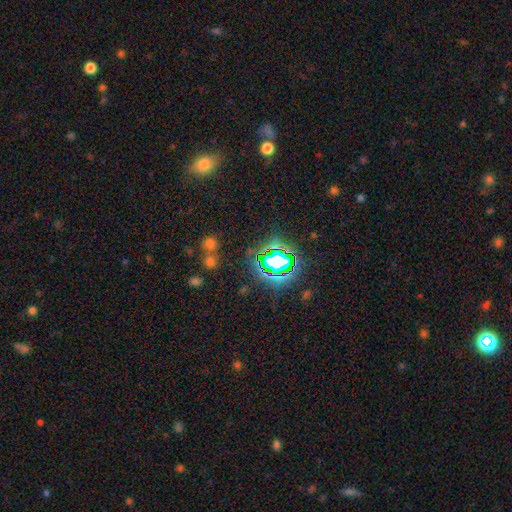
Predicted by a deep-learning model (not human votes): Q: Smooth or featured?
A: star or artifact (64%); runner-up: smooth (28%)